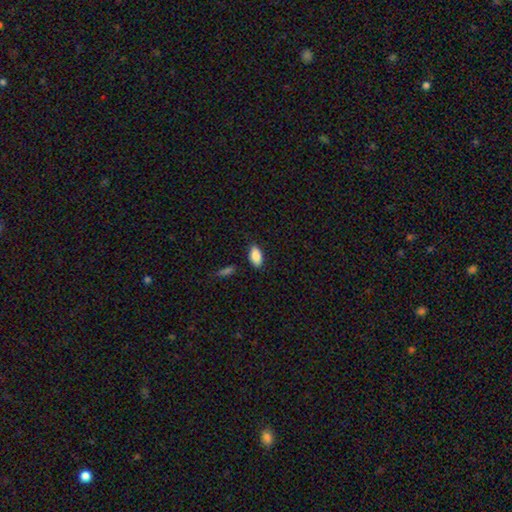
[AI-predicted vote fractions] A smooth galaxy with no disk features (88%) that is in between round and cigar-shaped (92%). Merging: none (84%).